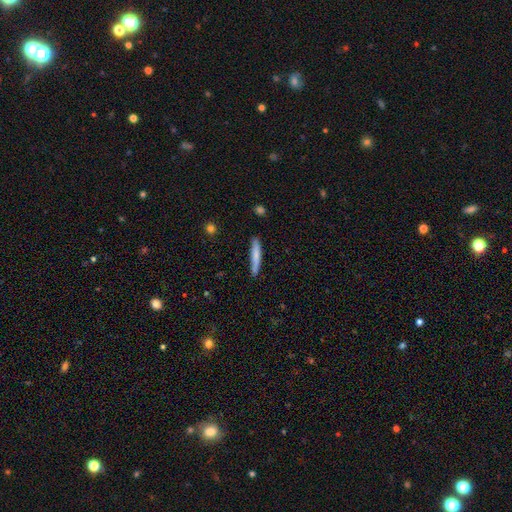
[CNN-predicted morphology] This is likely a smooth galaxy (74%). How rounded: clearly cigar-shaped (92%). Merging: clearly none (82%).